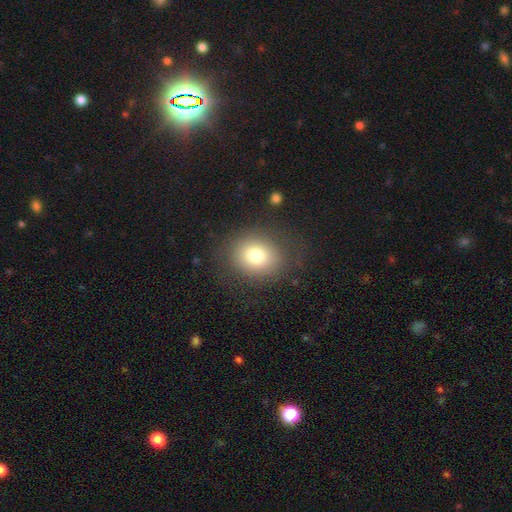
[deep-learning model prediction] Morphology: type=smooth (76%); roundness=round (69%); merging=none (81%).